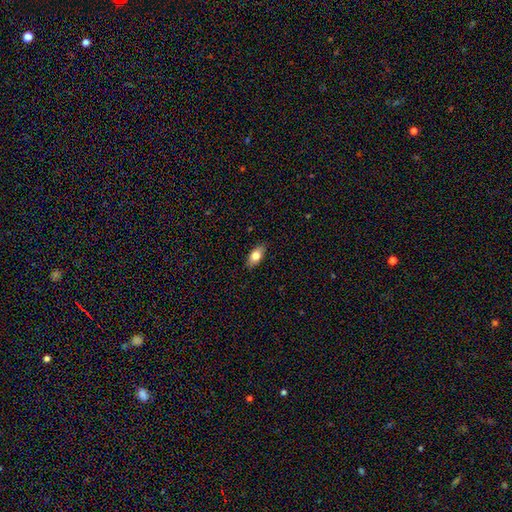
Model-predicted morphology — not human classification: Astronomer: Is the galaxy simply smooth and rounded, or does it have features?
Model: smooth — 79%.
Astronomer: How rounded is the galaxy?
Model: in between — 89%.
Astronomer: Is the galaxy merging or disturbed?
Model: none — 87%.